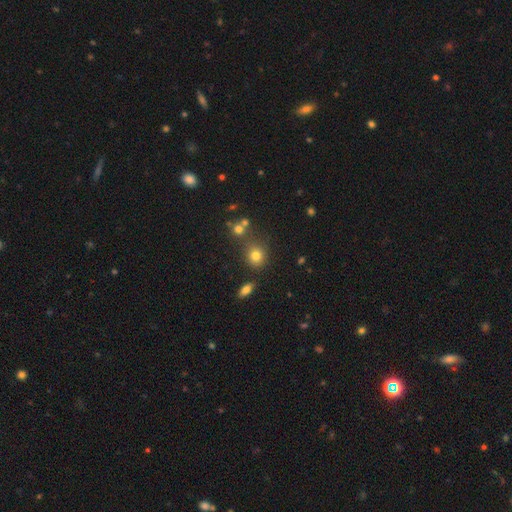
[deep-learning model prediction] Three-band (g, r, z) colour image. It shows a smooth galaxy with no disk features (76%) that is round (77%). Merging: none (69%).